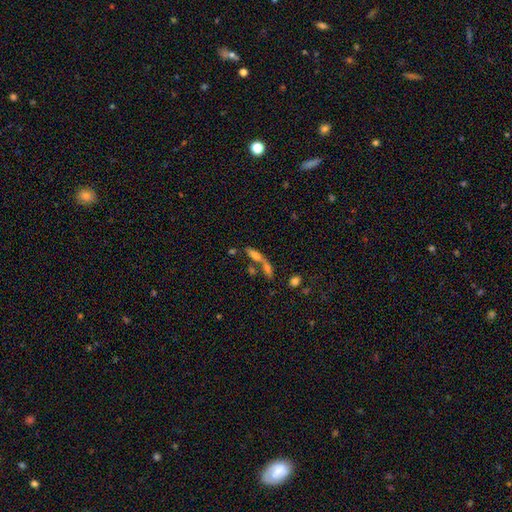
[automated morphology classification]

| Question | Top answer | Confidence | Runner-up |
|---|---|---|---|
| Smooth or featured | smooth | 54% | featured or disk (32%) |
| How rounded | cigar-shaped | 52% | in between (43%) |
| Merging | merger | 50% | none (34%) |